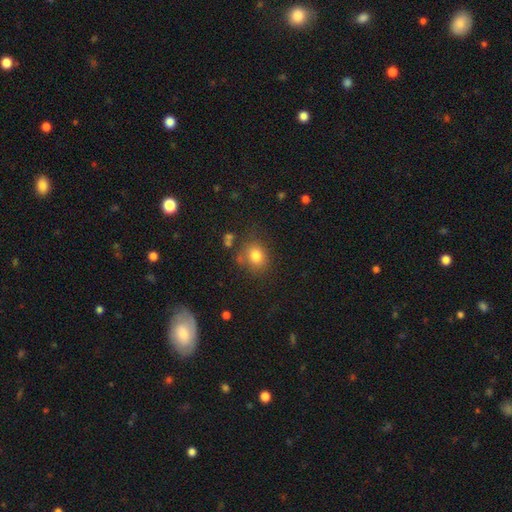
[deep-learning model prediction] The model was most divided on "how rounded": round: 63%, in between: 36%, cigar-shaped: 1%. More confident: smooth or featured — smooth (81%); merging — none (70%).